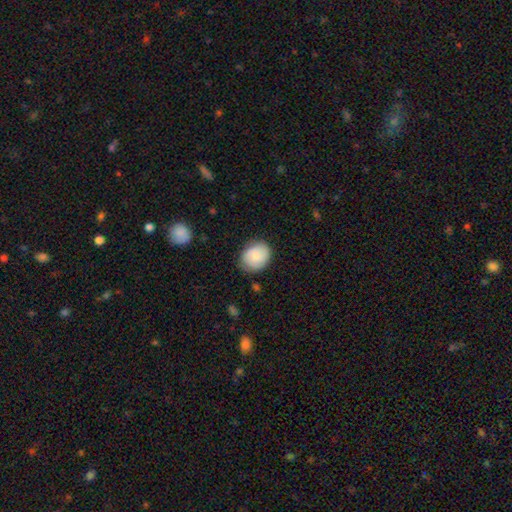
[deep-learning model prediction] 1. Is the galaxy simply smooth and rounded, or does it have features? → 76% smooth, 17% featured or disk, 7% star or artifact.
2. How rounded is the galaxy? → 62% round, 37% in between, 1% cigar-shaped.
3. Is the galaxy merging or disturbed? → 77% none, 18% minor disturbance, 4% major disturbance, 1% merger.